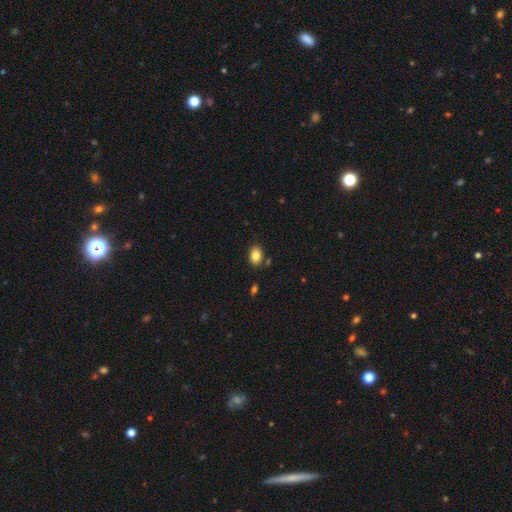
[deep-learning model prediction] smooth-or-featured: smooth: 85% | star or artifact: 9% | featured or disk: 7%
  how-rounded: in between: 81% | round: 18% | cigar-shaped: 1%
  merging: none: 81% | minor disturbance: 11% | merger: 5% | major disturbance: 3%